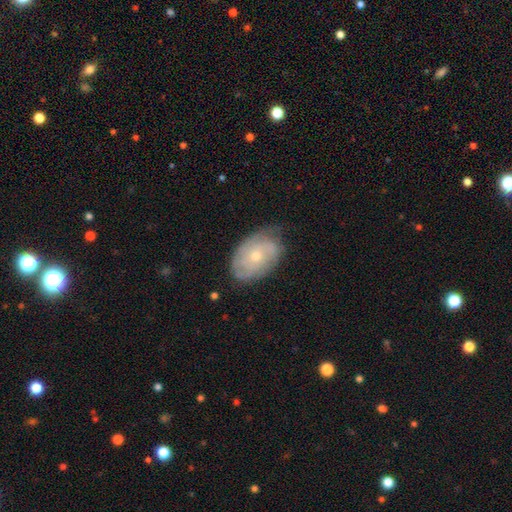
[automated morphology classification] The model was most divided on "bulge size": small: 57%, moderate: 40%, large: 1%, none: 1%, dominant: 1%. More confident: edge-on disk — no (95%); spiral arms — yes (82%); bar — no (82%); merging — none (68%); smooth or featured — featured or disk (65%); spiral winding — tight (65%); spiral arm count — can't tell (50%).